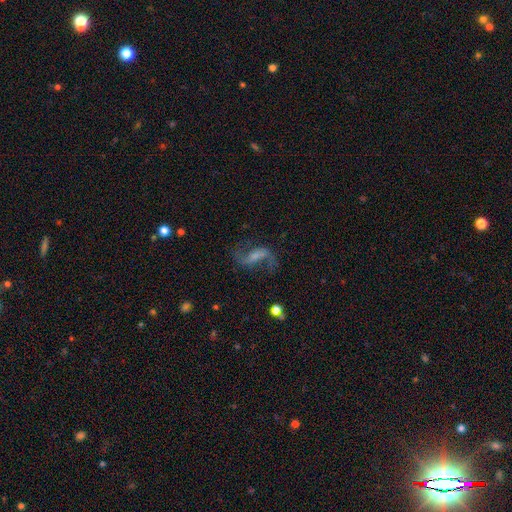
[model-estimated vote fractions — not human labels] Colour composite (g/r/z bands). It shows a featured or disk galaxy (81%) with a weak bar (42%), 2 (91%) loose (73%) spiral arms (94%) and a small central bulge (41%). Merging: none (71%).